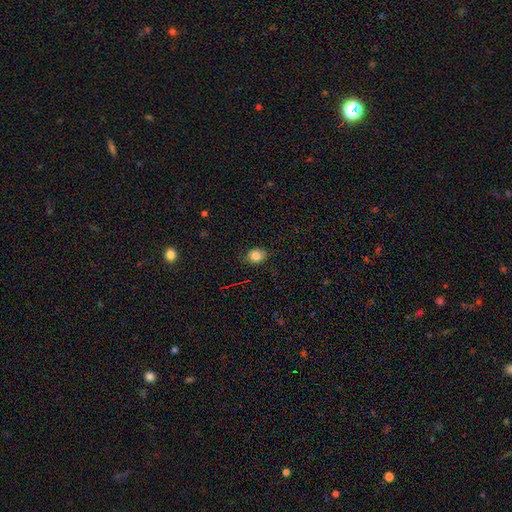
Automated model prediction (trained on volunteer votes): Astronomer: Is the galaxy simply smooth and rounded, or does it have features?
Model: smooth — 84%.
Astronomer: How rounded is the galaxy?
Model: round — 57% (runner-up: in between, 42%).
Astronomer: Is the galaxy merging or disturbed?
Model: none — 82%.